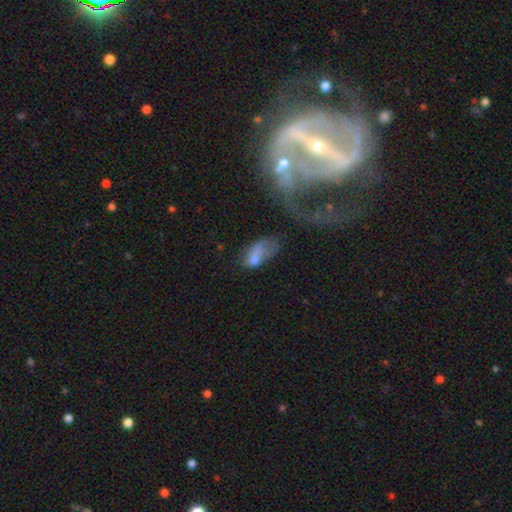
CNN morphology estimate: This is likely a smooth galaxy (62%). How rounded: clearly in between (88%). Merging: marginally major disturbance (43%).